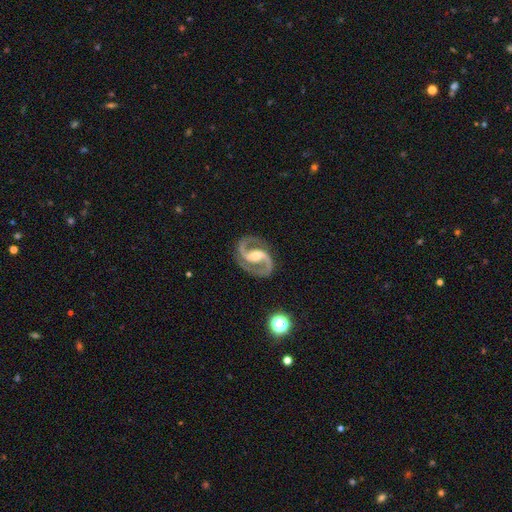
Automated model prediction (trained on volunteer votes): A featured or disk galaxy (94%) with a strong bar (41%), 2 (94%) medium (67%) spiral arms (98%) and a moderate central bulge (57%).

Vote fractions:
- Smooth or featured? featured or disk: 94% / star or artifact: 4% / smooth: 3%
- Edge-on disk? no: 98% / yes: 2%
- Bar? strong: 41% / weak: 38% / no: 21%
- Spiral arms? yes: 98% / no: 2%
- Spiral winding? medium: 67% / tight: 21% / loose: 12%
- Spiral arm count? 2: 94% / 3: 1% / can't tell: 1% / 1: 1% / 4: 1% / more than 4: 1%
- Bulge size? moderate: 57% / small: 36% / large: 4% / none: 2% / dominant: 1%
- Merging? none: 85% / minor disturbance: 10% / major disturbance: 3% / merger: 1%